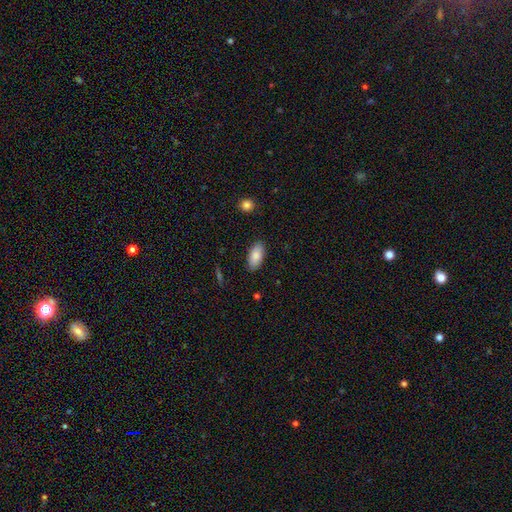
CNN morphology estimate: Smooth or featured? smooth (86%)
How rounded? in between (92%)
Merging? none (88%)